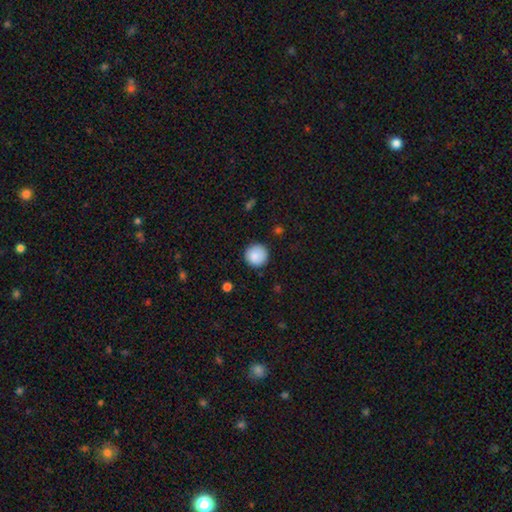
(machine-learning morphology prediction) Smooth or featured? smooth (88%)
How rounded? round (95%)
Merging? none (88%)